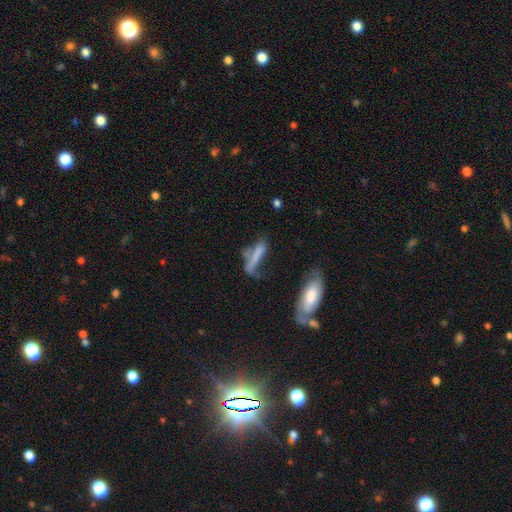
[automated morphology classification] smooth_or_featured: smooth (p=0.60) [alt: featured or disk p=0.29]
how_rounded: cigar-shaped (p=0.73) [alt: in between p=0.24]
merging: none (p=0.34) [alt: minor disturbance p=0.23]